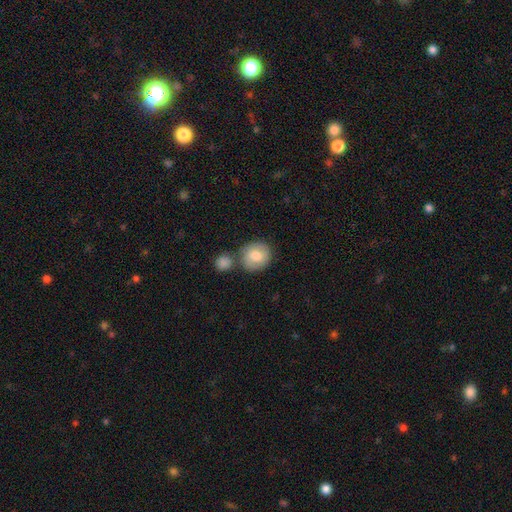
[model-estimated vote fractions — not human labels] Smooth or featured? smooth (77%)
How rounded? round (85%)
Merging? none (63%)